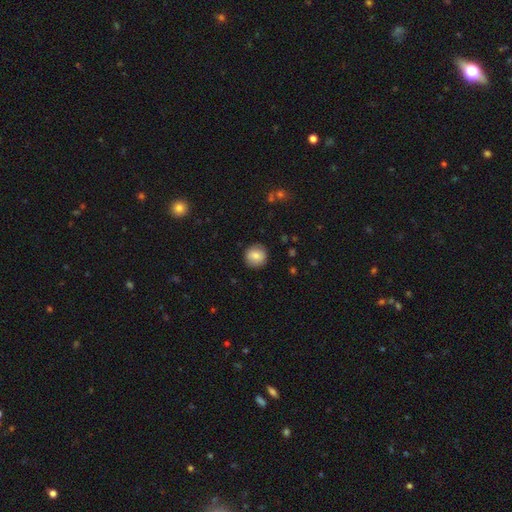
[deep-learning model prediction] A smooth galaxy with no disk features (81%) that is round (91%). Merging: none (88%).